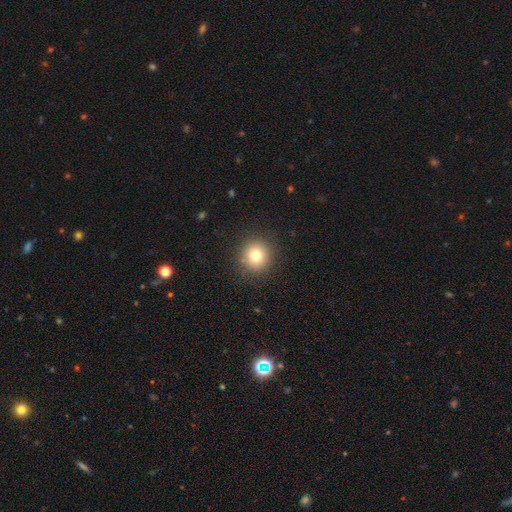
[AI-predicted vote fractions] Smooth or featured? smooth (78%)
How rounded? round (92%)
Merging? none (90%)